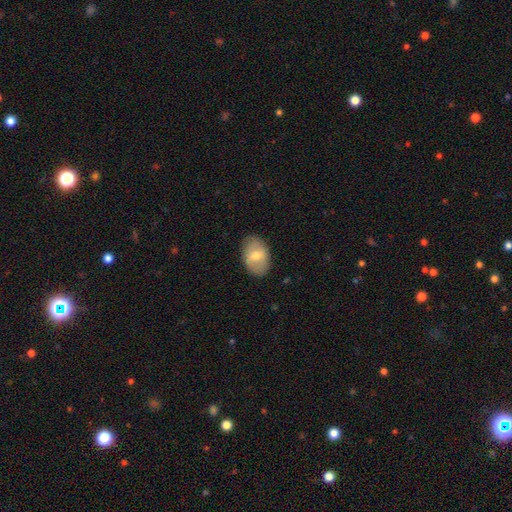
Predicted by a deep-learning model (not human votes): This appears to be a smooth galaxy with no disk features (61%) that is in between round and cigar-shaped (86%). Merging: none (84%).